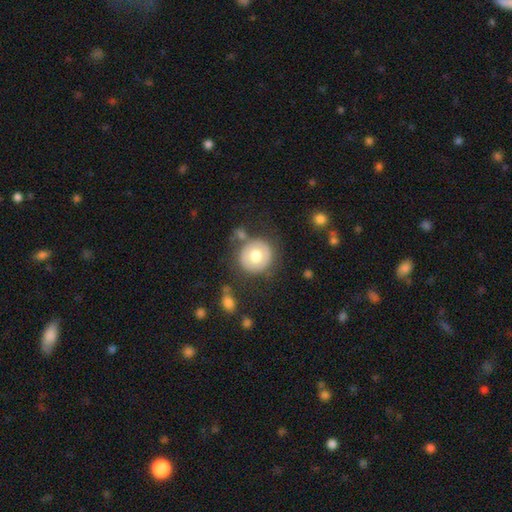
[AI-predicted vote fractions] smooth_or_featured: smooth (p=0.64) [alt: featured or disk p=0.29]
how_rounded: round (p=0.92) [alt: in between p=0.07]
merging: none (p=0.76) [alt: minor disturbance p=0.12]